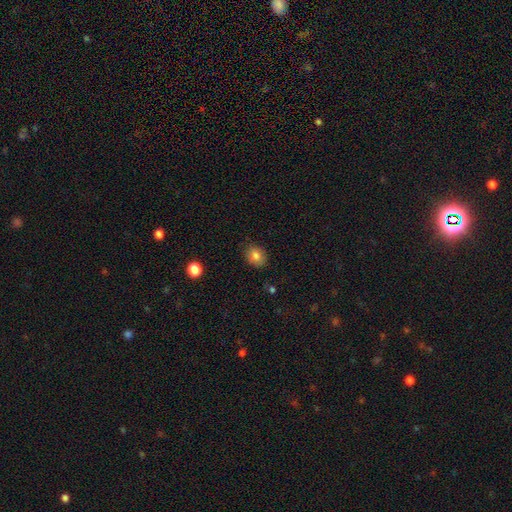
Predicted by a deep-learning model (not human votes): Smooth or featured? Predicted: smooth (p=0.82). How rounded? Predicted: round (p=0.55). Merging? Predicted: none (p=0.85).